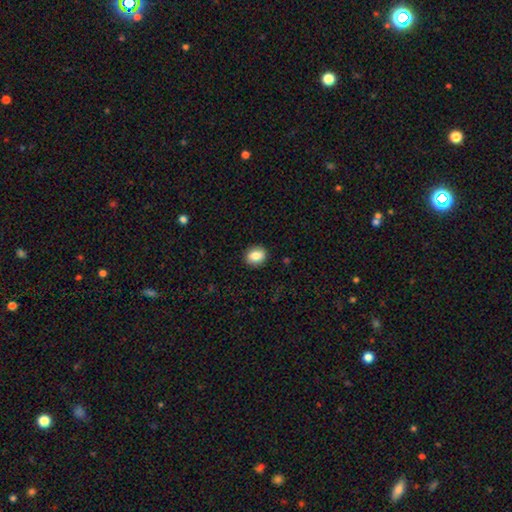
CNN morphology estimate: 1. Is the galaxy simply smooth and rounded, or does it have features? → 84% smooth, 8% star or artifact, 8% featured or disk.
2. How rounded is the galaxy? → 57% round, 42% in between, 1% cigar-shaped.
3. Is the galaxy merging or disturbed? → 90% none, 7% minor disturbance, 2% major disturbance, 1% merger.